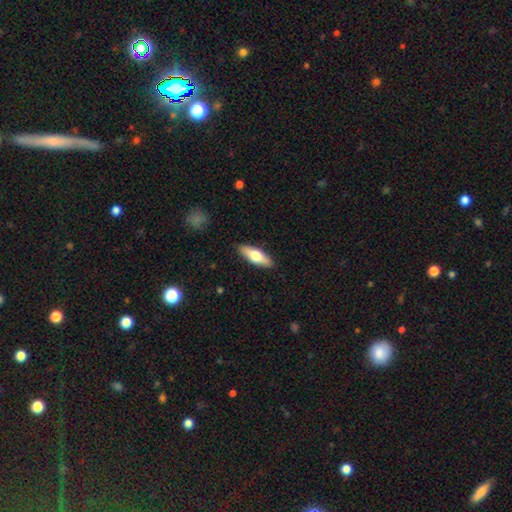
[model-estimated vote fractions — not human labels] A smooth galaxy with no disk features (63%) that is in between round and cigar-shaped (61%).

Vote fractions:
- Smooth or featured? smooth: 63% / featured or disk: 32% / star or artifact: 5%
- How rounded? in between: 61% / cigar-shaped: 37% / round: 2%
- Merging? none: 89% / minor disturbance: 8% / major disturbance: 2% / merger: 1%